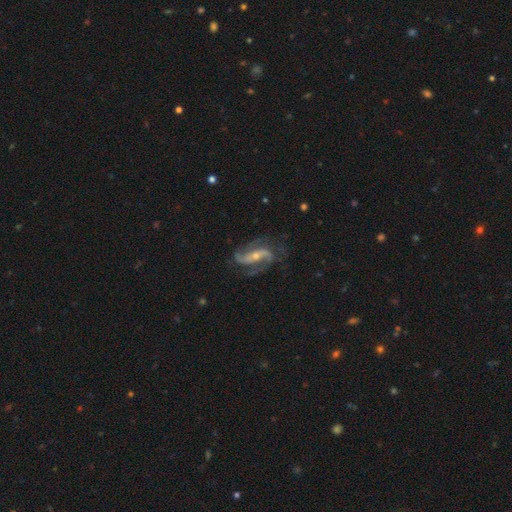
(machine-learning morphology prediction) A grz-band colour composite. It shows a featured or disk galaxy (90%) with a strong bar (39%), 2 (77%) medium (48%) spiral arms (97%) and a small central bulge (60%). Merging: none (70%).